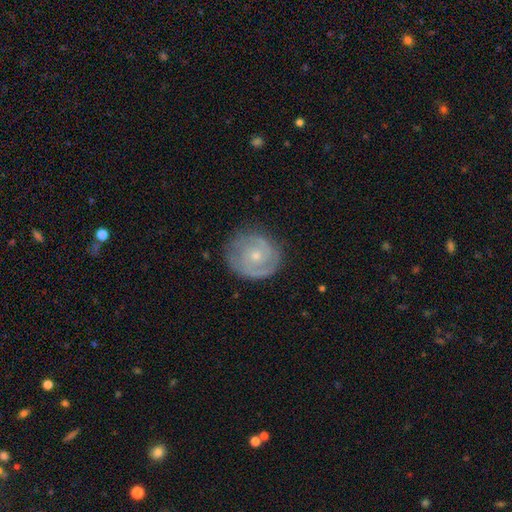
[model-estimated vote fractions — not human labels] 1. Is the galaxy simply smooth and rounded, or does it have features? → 78% featured or disk, 16% smooth, 6% star or artifact.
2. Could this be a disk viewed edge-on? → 98% no, 2% yes.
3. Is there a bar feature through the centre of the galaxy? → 75% no, 22% weak, 4% strong.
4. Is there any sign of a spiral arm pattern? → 92% yes, 8% no.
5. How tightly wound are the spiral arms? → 65% tight, 28% medium, 7% loose.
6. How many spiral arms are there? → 58% 2, 19% can't tell, 10% 3, 7% 1, 3% 4, 3% more than 4.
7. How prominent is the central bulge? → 64% small, 32% moderate, 2% none, 1% large, 1% dominant.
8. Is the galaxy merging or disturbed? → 80% none, 14% minor disturbance, 4% major disturbance, 1% merger.